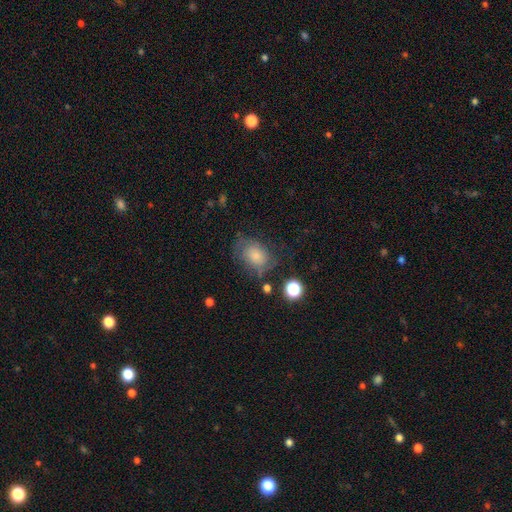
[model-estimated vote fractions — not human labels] This appears to be a smooth galaxy with no disk features (65%) that is in between round and cigar-shaped (66%). Merging: none (53%).